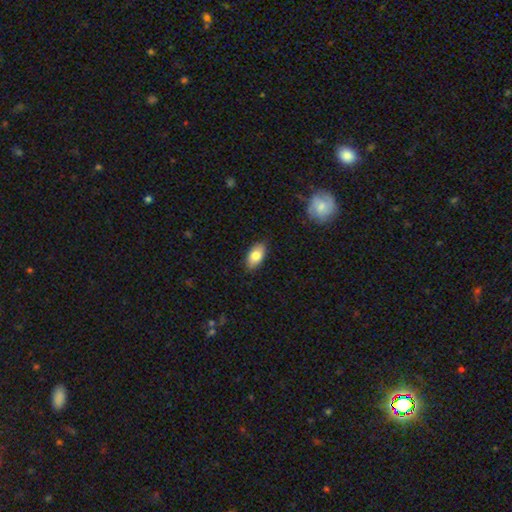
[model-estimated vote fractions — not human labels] Smooth or featured: smooth — 83% (featured or disk — 11%)
How rounded: in between — 92% (cigar-shaped — 4%)
Merging: none — 85% (minor disturbance — 12%)